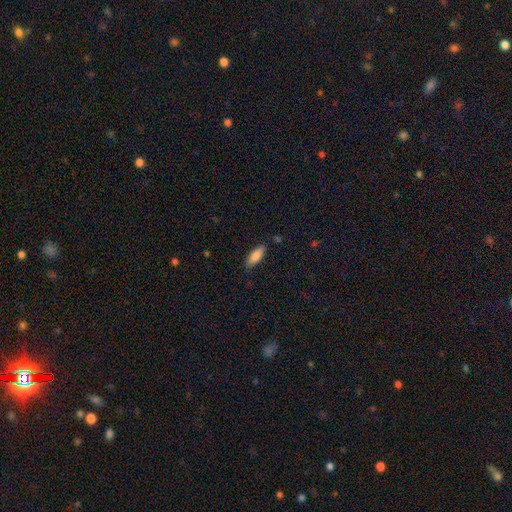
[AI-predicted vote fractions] Morphology: type=smooth (83%); roundness=in between (66%); merging=none (82%).